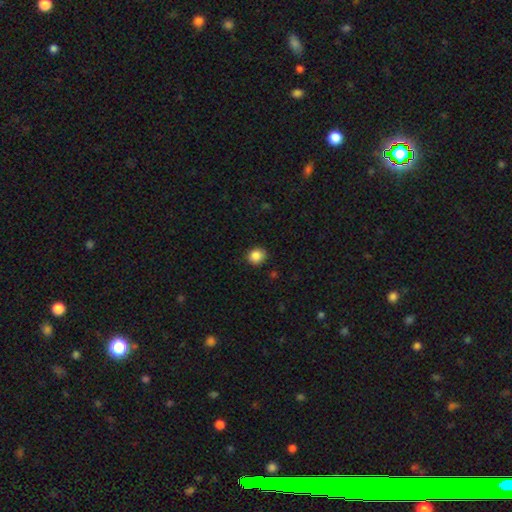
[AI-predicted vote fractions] Smooth or featured? smooth (87%)
How rounded? round (76%)
Merging? none (87%)